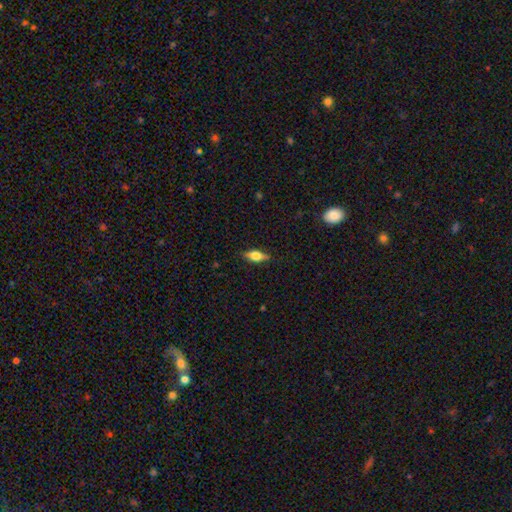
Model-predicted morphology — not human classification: Smooth or featured? Predicted: smooth (p=0.55). How rounded? Predicted: in between (p=0.72). Merging? Predicted: none (p=0.85).